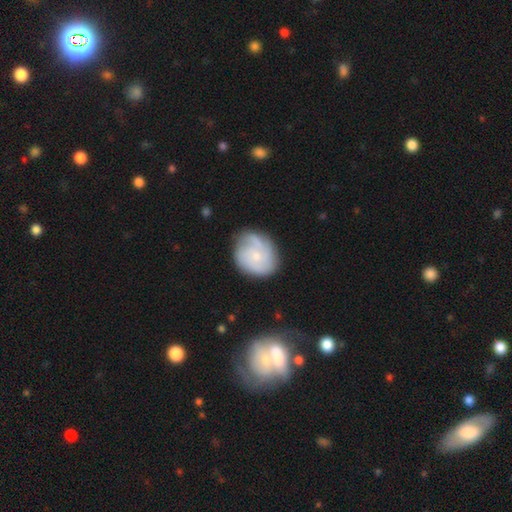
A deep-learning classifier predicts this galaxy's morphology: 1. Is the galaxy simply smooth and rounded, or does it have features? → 57% featured or disk, 35% smooth, 7% star or artifact.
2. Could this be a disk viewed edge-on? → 98% no, 2% yes.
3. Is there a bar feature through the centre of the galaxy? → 77% no, 20% weak, 2% strong.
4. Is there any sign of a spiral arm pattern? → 83% yes, 17% no.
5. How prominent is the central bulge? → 69% small, 24% moderate, 4% none, 1% large, 1% dominant.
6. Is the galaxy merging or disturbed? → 65% none, 23% minor disturbance, 9% major disturbance, 3% merger.